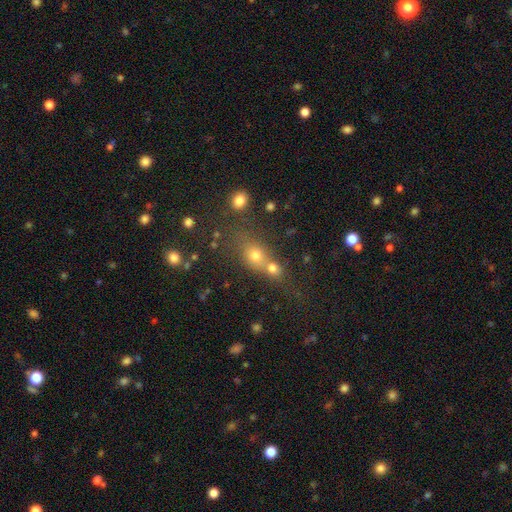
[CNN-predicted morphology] Smooth or featured?
  - smooth: 65% *
  - star or artifact: 21%
  - featured or disk: 15%
How rounded?
  - round: 58% *
  - in between: 36%
  - cigar-shaped: 6%
Merging?
  - merger: 48% *
  - none: 38%
  - minor disturbance: 9%
  - major disturbance: 6%